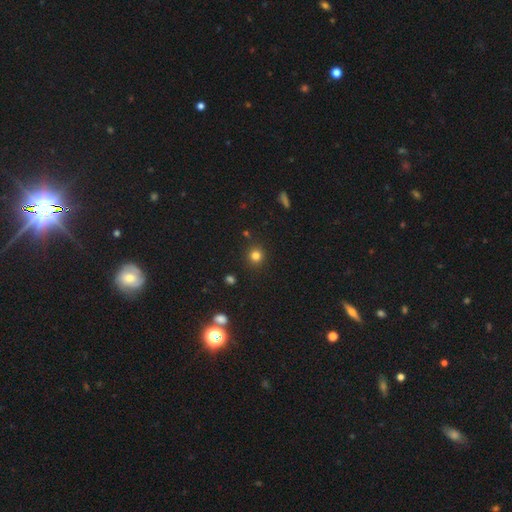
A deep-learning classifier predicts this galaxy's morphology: Smooth or featured?
  - smooth: 80% *
  - star or artifact: 14%
  - featured or disk: 6%
How rounded?
  - round: 91% *
  - in between: 8%
  - cigar-shaped: 1%
Merging?
  - none: 89% *
  - minor disturbance: 7%
  - merger: 2%
  - major disturbance: 2%